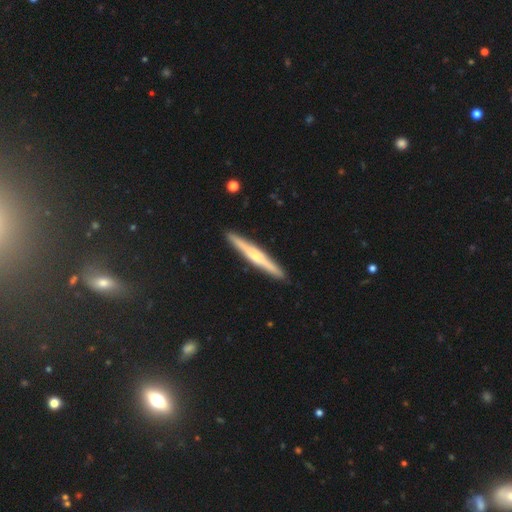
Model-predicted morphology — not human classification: Smooth or featured: featured or disk — 66% (smooth — 29%)
Edge-on disk: yes — 97% (no — 3%)
Edge-on bulge: rounded — 76% (none — 18%)
Merging: none — 92% (minor disturbance — 5%)